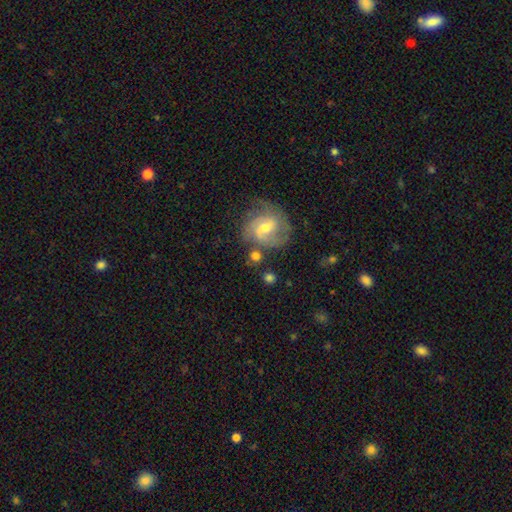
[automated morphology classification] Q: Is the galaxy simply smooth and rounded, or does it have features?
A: featured or disk — 51%.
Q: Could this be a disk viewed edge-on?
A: no — 96%.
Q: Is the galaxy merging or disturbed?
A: none — 65%.